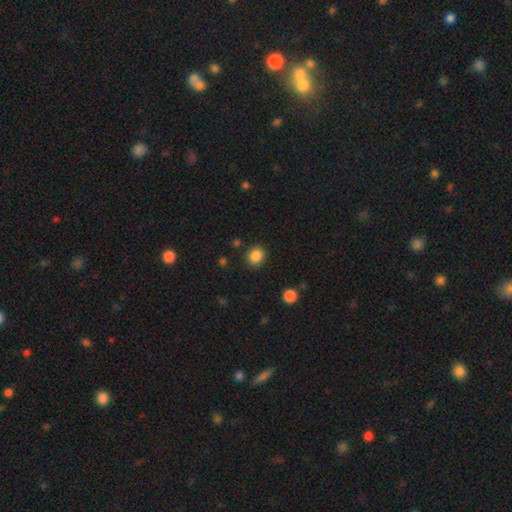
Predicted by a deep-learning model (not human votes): Overall: smooth (86%). How rounded: round (79%). Merging: none (89%).